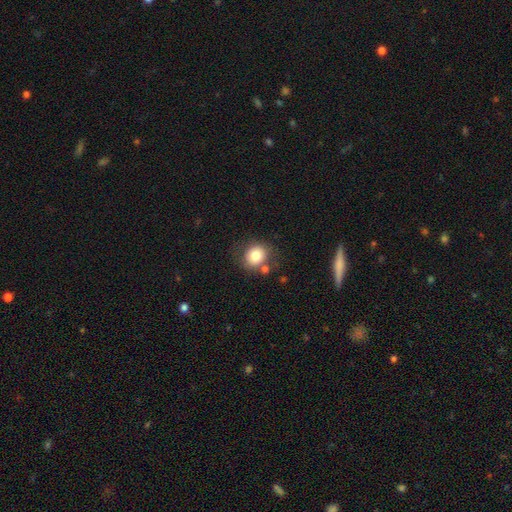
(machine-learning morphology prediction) Smooth or featured? smooth (80%)
How rounded? round (73%)
Merging? none (71%)